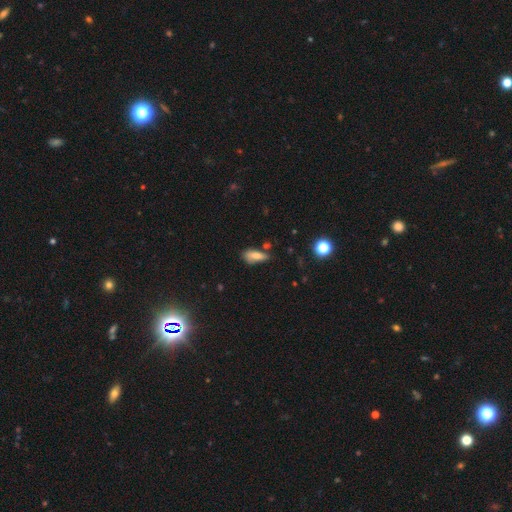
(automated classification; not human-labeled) A smooth galaxy with no disk features (77%) that is in between round and cigar-shaped (72%).

Vote fractions:
- Smooth or featured? smooth: 77% / featured or disk: 13% / star or artifact: 10%
- How rounded? in between: 72% / cigar-shaped: 24% / round: 4%
- Merging? none: 48% / minor disturbance: 34% / major disturbance: 11% / merger: 7%